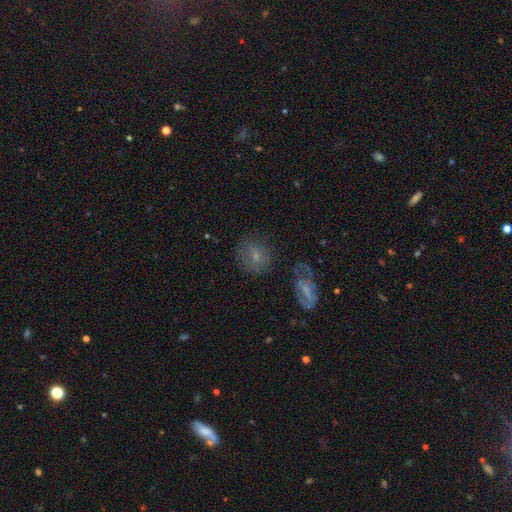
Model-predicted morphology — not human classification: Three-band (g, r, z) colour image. It shows a smooth galaxy with no disk features (58%) that is round (64%). Merging: none (68%).